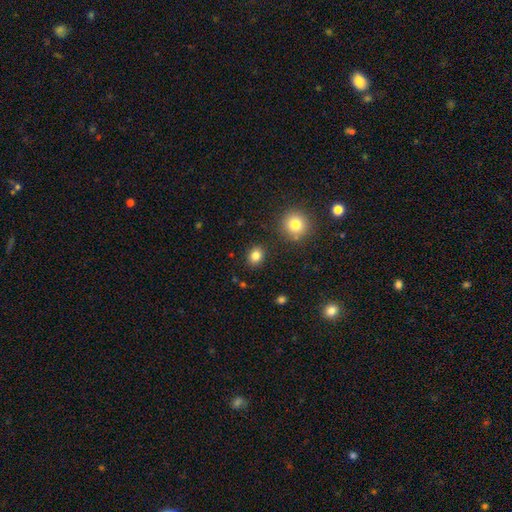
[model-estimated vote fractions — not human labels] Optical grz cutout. It shows a smooth galaxy with no disk features (82%) that is round (62%). Merging: none (87%).